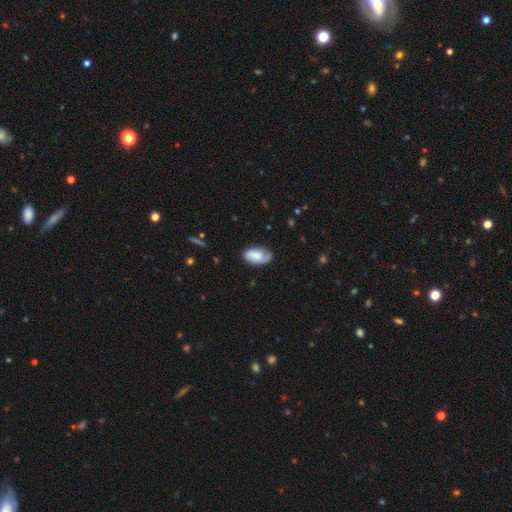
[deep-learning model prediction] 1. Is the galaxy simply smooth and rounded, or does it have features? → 60% smooth, 32% featured or disk, 7% star or artifact.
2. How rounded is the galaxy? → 94% in between, 4% round, 2% cigar-shaped.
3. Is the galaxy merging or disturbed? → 66% none, 26% minor disturbance, 7% major disturbance, 2% merger.